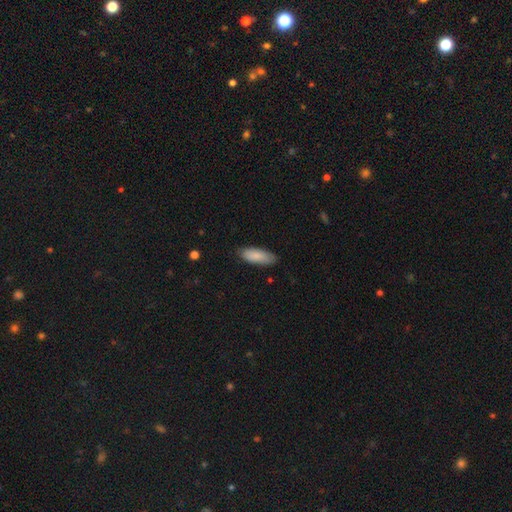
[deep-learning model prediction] A smooth galaxy with no disk features (87%) that is in between round and cigar-shaped (69%). Merging: none (81%).